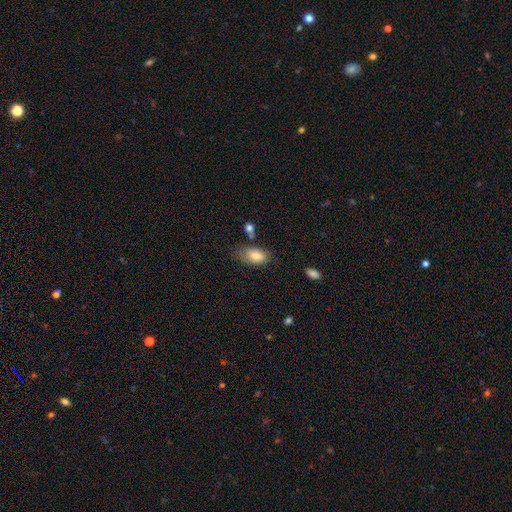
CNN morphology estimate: Smooth or featured? smooth (81%)
How rounded? in between (92%)
Merging? none (53%)